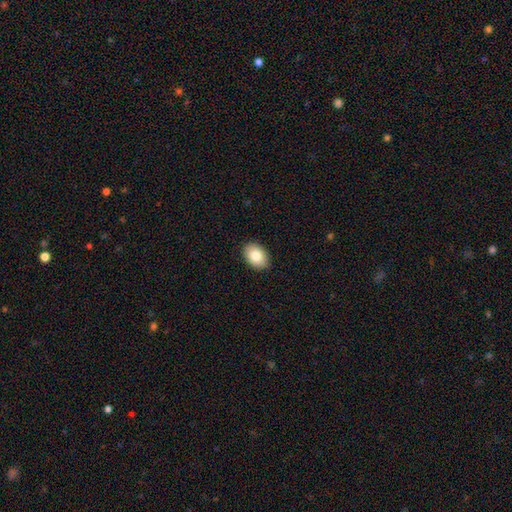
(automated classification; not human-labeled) A smooth galaxy with no disk features (84%) that is in between round and cigar-shaped (84%). Merging: none (90%).